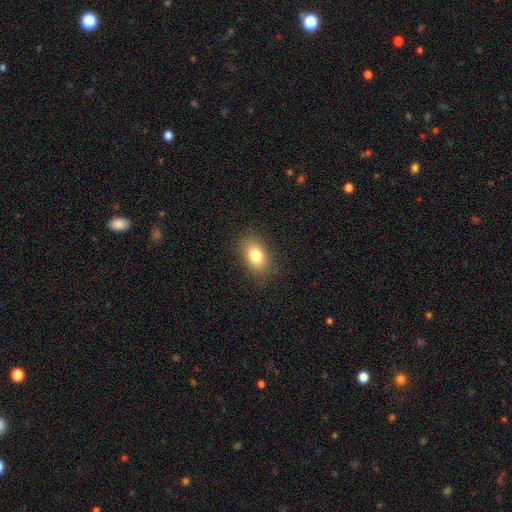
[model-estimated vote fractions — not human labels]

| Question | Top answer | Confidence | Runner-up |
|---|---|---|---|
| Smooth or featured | smooth | 81% | featured or disk (10%) |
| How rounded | in between | 86% | round (11%) |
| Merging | none | 86% | minor disturbance (10%) |